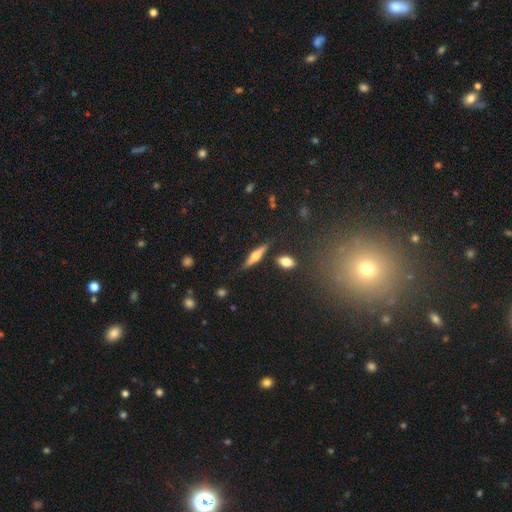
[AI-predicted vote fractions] The model was most divided on "smooth or featured": featured or disk: 62%, smooth: 31%, star or artifact: 7%. More confident: edge-on disk — yes (95%); edge-on bulge — rounded (92%); merging — none (81%).